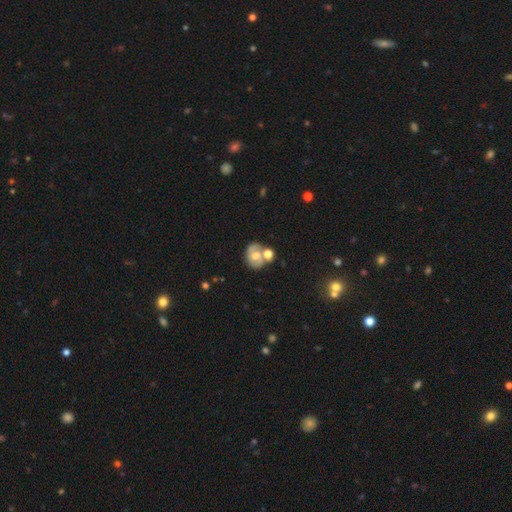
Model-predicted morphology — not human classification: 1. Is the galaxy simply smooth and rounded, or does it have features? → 53% featured or disk, 37% smooth, 10% star or artifact.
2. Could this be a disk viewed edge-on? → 97% no, 3% yes.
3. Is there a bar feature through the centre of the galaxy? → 64% no, 29% weak, 7% strong.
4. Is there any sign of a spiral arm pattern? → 66% yes, 34% no.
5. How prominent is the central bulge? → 67% moderate, 20% small, 8% large, 3% none, 2% dominant.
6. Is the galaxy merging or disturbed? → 47% none, 30% merger, 16% minor disturbance, 7% major disturbance.